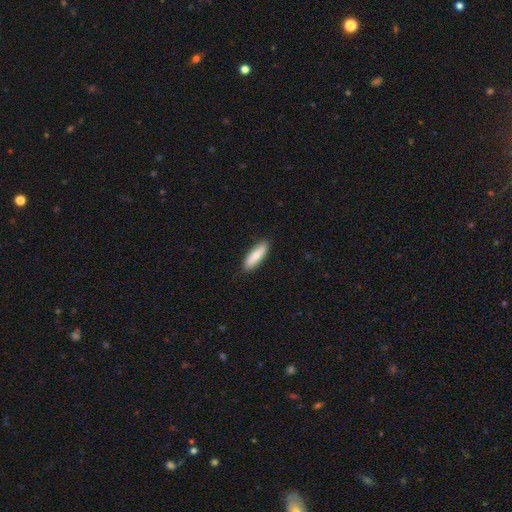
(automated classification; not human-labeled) This appears to be a smooth galaxy with no disk features (75%) that is cigar-shaped (61%). Merging: none (88%).